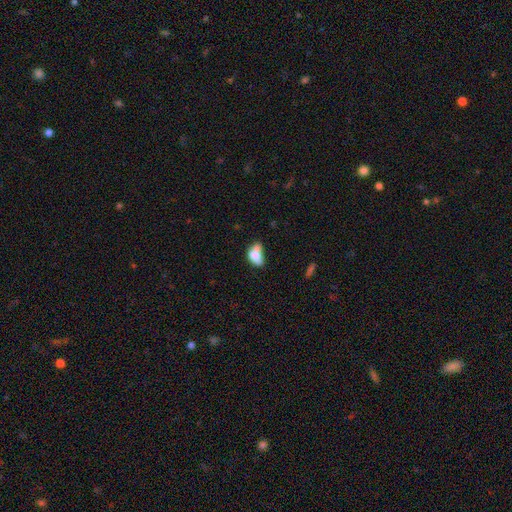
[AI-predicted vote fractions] This is likely a smooth galaxy (68%). How rounded: likely in between (80%). Merging: marginally merger (32%).